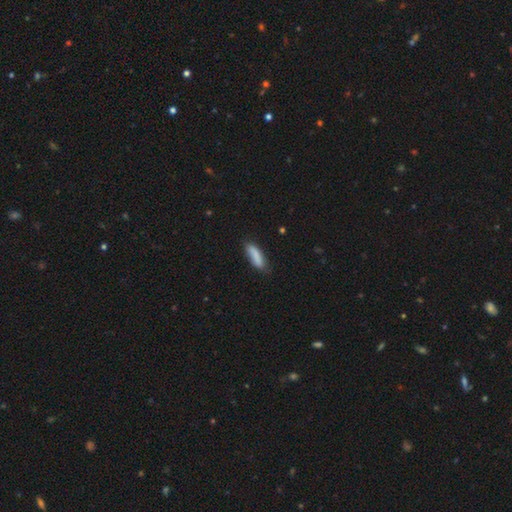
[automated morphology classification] Smooth or featured?
  - smooth: 84% *
  - featured or disk: 9%
  - star or artifact: 6%
How rounded?
  - cigar-shaped: 54% *
  - in between: 44%
  - round: 2%
Merging?
  - none: 71% *
  - minor disturbance: 23%
  - major disturbance: 4%
  - merger: 2%